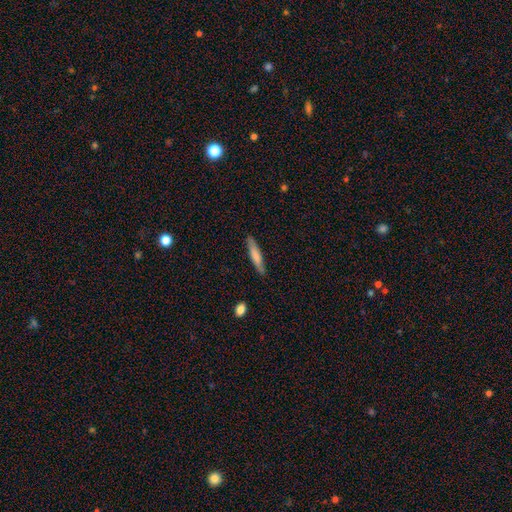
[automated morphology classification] The model was most divided on "smooth or featured": smooth: 71%, featured or disk: 23%, star or artifact: 6%. More confident: how rounded — cigar-shaped (88%); merging — none (84%).